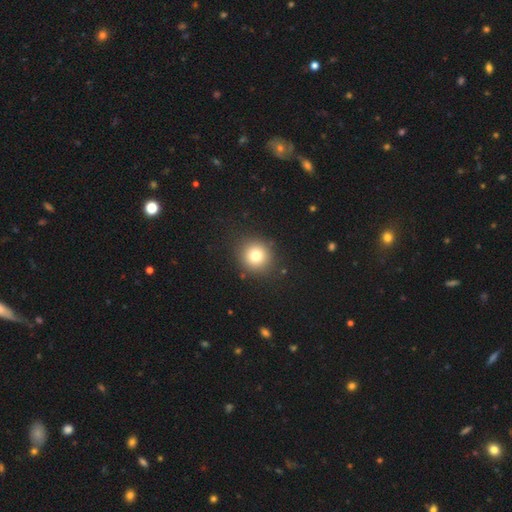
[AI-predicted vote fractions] This is likely a smooth galaxy (76%). How rounded: clearly round (93%). Merging: clearly none (89%).